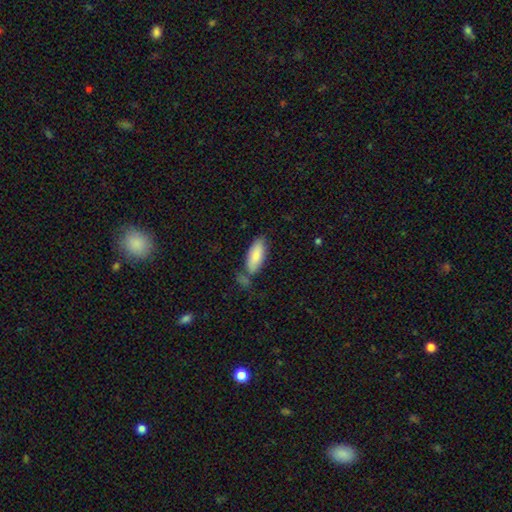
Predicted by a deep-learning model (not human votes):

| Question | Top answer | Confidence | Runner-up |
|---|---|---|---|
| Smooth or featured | smooth | 82% | featured or disk (12%) |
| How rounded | in between | 82% | cigar-shaped (16%) |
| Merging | none | 61% | minor disturbance (22%) |